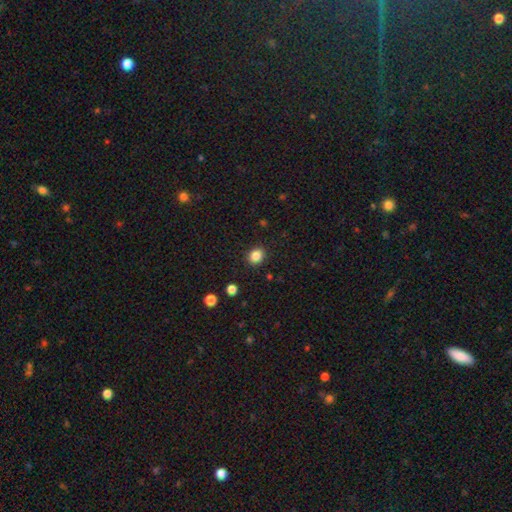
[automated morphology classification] smooth 85%, star or artifact 10%, featured or disk 4%. Down the decision tree: how rounded — round (65%); merging — none (90%).